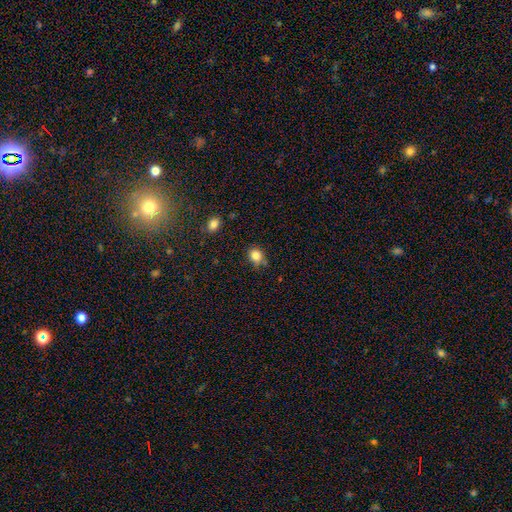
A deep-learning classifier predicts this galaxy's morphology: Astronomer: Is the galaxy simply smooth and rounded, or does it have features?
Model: smooth — 83%.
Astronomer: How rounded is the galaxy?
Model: round — 66%.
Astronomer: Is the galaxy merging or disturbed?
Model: none — 69%.